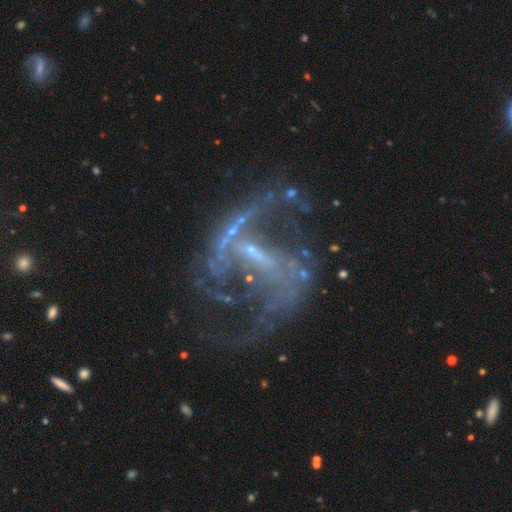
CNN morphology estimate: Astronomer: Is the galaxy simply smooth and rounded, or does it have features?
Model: featured or disk — 87%.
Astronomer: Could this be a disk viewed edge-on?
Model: no — 97%.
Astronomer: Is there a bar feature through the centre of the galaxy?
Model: strong — 42% (runner-up: weak, 41%).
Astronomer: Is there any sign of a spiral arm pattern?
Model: yes — 89%.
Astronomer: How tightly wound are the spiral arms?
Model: loose — 60%.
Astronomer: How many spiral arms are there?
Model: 2 — 79%.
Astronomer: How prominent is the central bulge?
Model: small — 53% (runner-up: none, 35%).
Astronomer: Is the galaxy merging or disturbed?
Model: none — 50% (runner-up: major disturbance, 28%).